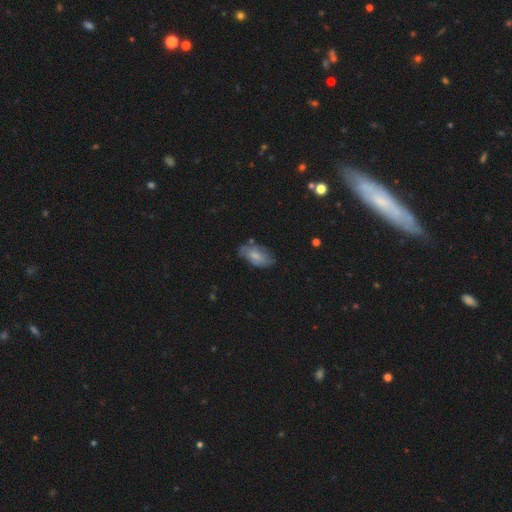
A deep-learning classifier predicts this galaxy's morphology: A smooth galaxy with no disk features (63%) that is in between round and cigar-shaped (92%). Merging: none (61%).